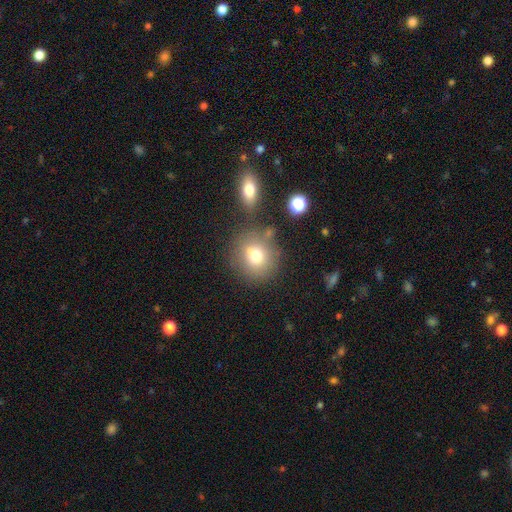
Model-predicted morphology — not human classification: A smooth galaxy with no disk features (73%) that is round (81%).

Vote fractions:
- Smooth or featured? smooth: 73% / featured or disk: 14% / star or artifact: 13%
- How rounded? round: 81% / in between: 17% / cigar-shaped: 1%
- Merging? none: 68% / minor disturbance: 14% / merger: 12% / major disturbance: 6%